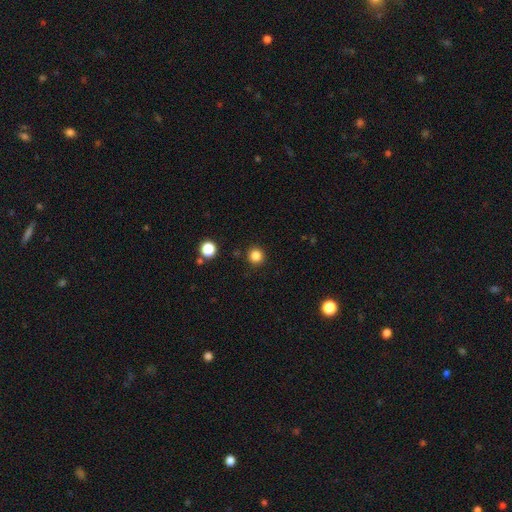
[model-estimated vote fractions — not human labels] smooth_or_featured: smooth (p=0.84) [alt: star or artifact p=0.12]
how_rounded: round (p=0.95) [alt: in between p=0.04]
merging: none (p=0.91) [alt: minor disturbance p=0.05]